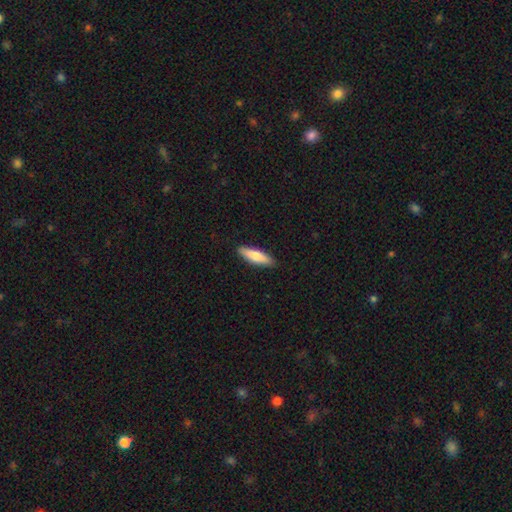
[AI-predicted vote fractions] The model was most divided on "how rounded": cigar-shaped: 66%, in between: 32%, round: 2%. More confident: merging — none (89%); smooth or featured — smooth (76%).